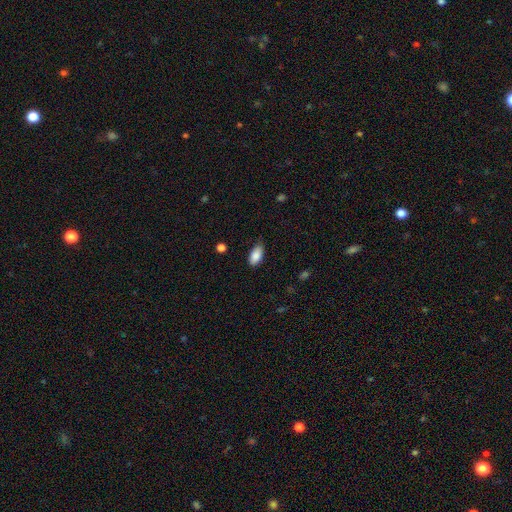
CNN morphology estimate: smooth-or-featured: smooth: 88% | star or artifact: 7% | featured or disk: 5%
  how-rounded: in between: 94% | cigar-shaped: 4% | round: 3%
  merging: none: 77% | minor disturbance: 19% | major disturbance: 3% | merger: 1%